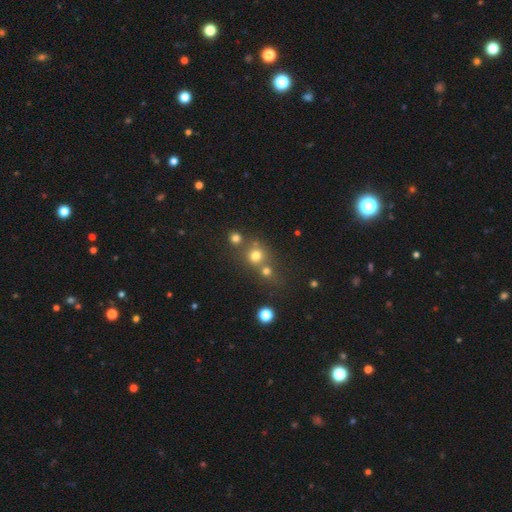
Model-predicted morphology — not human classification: smooth 71%, star or artifact 19%, featured or disk 10%. Down the decision tree: how rounded — round (85%); merging — none (53%).